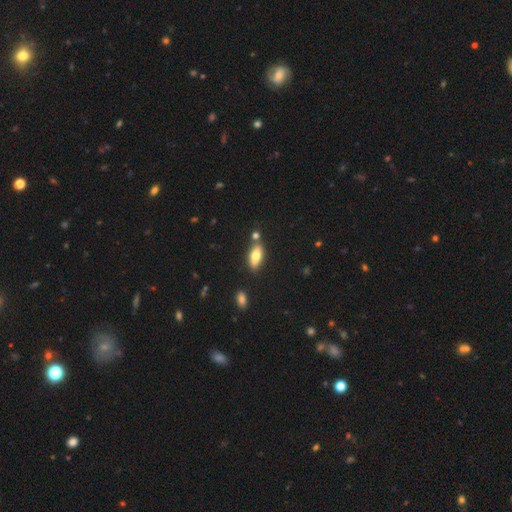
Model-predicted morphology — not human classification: The model was most divided on "smooth or featured": smooth: 71%, featured or disk: 21%, star or artifact: 7%. More confident: how rounded — in between (79%); merging — none (75%).